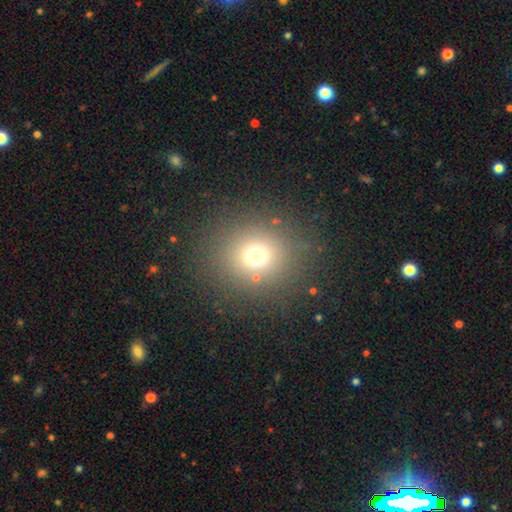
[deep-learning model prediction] smooth_or_featured: smooth (p=0.69) [alt: star or artifact p=0.22]
how_rounded: round (p=0.86) [alt: in between p=0.13]
merging: none (p=0.84) [alt: minor disturbance p=0.08]